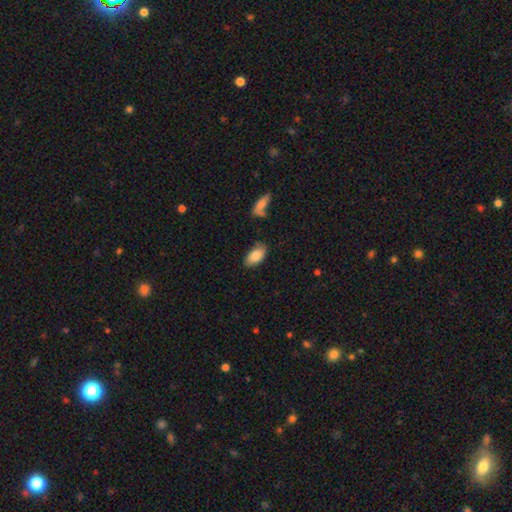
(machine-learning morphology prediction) A smooth galaxy with no disk features (85%) that is in between round and cigar-shaped (94%).

Vote fractions:
- Smooth or featured? smooth: 85% / featured or disk: 9% / star or artifact: 6%
- How rounded? in between: 94% / round: 3% / cigar-shaped: 3%
- Merging? none: 73% / minor disturbance: 19% / major disturbance: 5% / merger: 4%